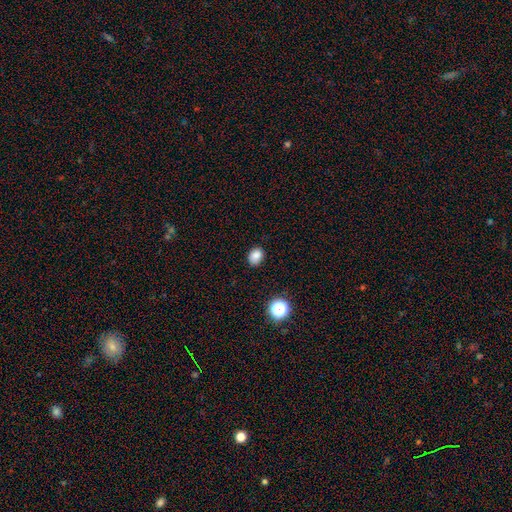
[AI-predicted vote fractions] smooth_or_featured: smooth (p=0.84) [alt: star or artifact p=0.12]
how_rounded: in between (p=0.60) [alt: round p=0.40]
merging: none (p=0.84) [alt: minor disturbance p=0.12]